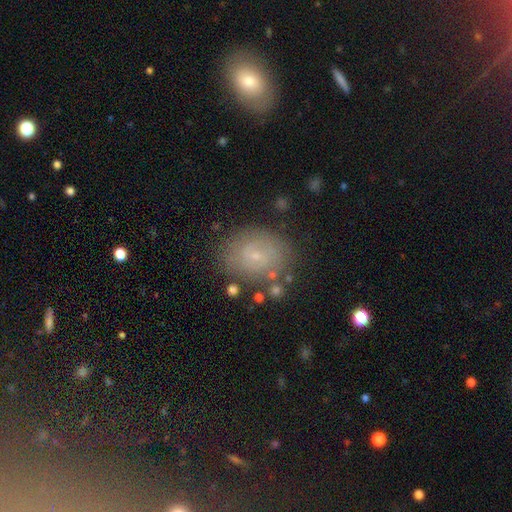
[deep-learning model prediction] smooth_or_featured: featured or disk (p=0.45) [alt: smooth p=0.43]
merging: none (p=0.76) [alt: minor disturbance p=0.15]